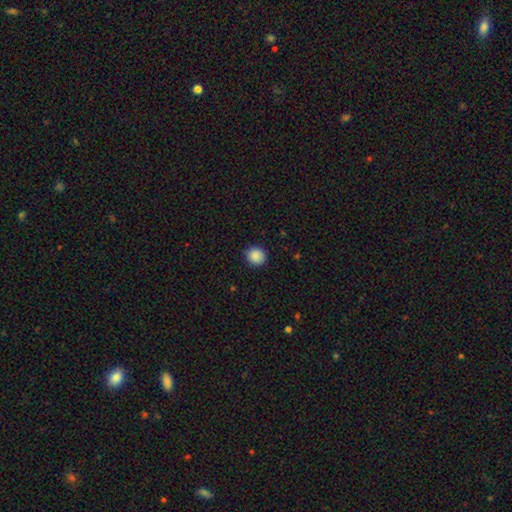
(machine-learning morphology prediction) Q: Smooth or featured?
A: smooth (88%); runner-up: star or artifact (9%)
Q: How rounded?
A: round (89%); runner-up: in between (11%)
Q: Merging?
A: none (89%); runner-up: minor disturbance (8%)